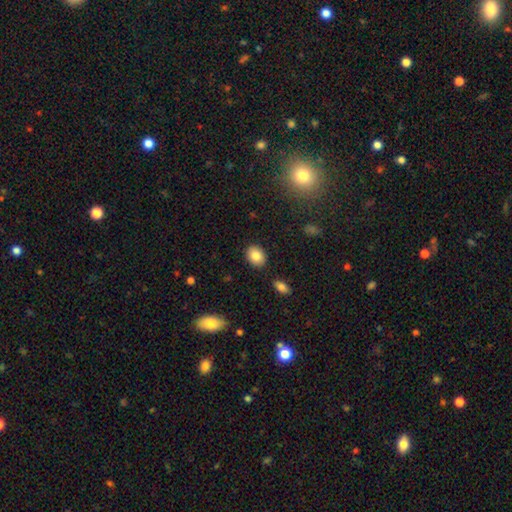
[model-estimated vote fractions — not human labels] Q: Smooth or featured?
A: smooth (84%); runner-up: featured or disk (8%)
Q: How rounded?
A: in between (63%); runner-up: round (36%)
Q: Merging?
A: none (88%); runner-up: minor disturbance (8%)